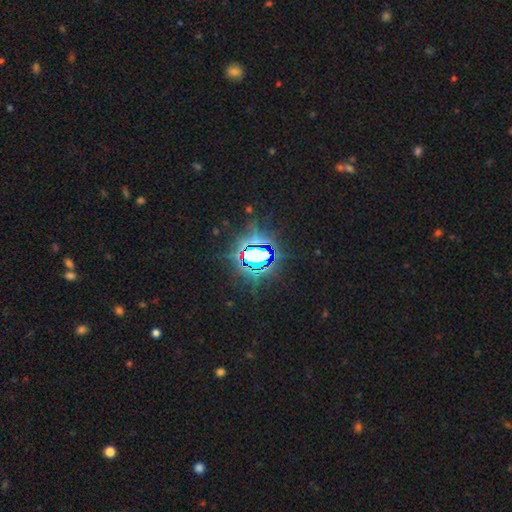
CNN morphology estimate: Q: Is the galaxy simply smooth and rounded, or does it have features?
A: star or artifact — 79%.